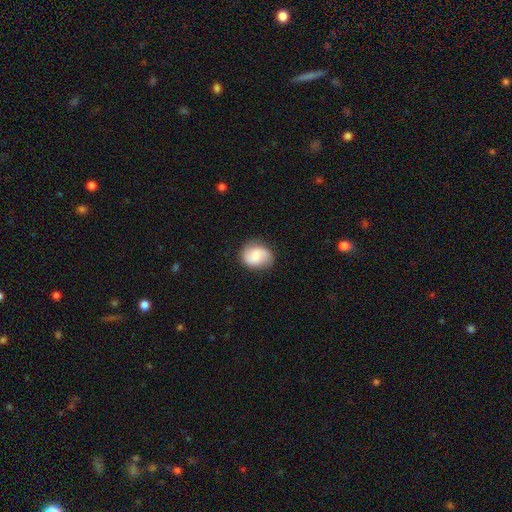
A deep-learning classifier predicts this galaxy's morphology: Q: Smooth or featured?
A: smooth (52%); runner-up: featured or disk (40%)
Q: How rounded?
A: round (57%); runner-up: in between (42%)
Q: Merging?
A: none (78%); runner-up: minor disturbance (16%)